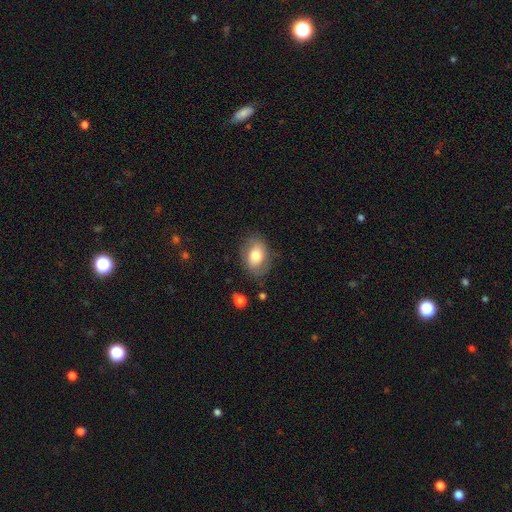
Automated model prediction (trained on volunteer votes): Smooth or featured? Predicted: smooth (p=0.70). How rounded? Predicted: in between (p=0.77). Merging? Predicted: none (p=0.73).